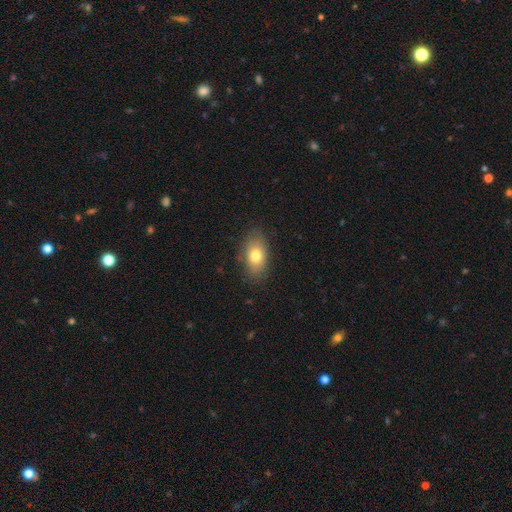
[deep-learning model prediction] Morphology: type=smooth (76%); roundness=in between (88%); merging=none (82%).